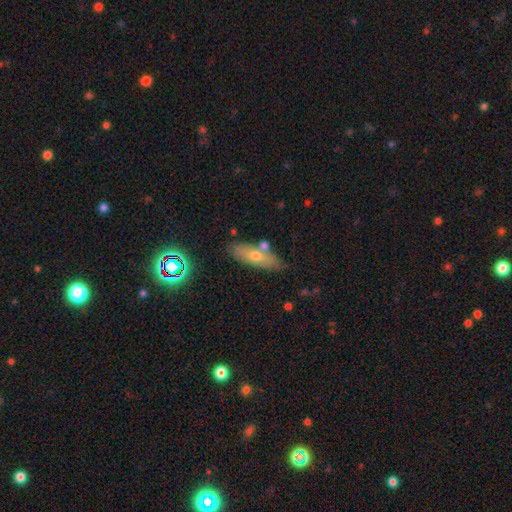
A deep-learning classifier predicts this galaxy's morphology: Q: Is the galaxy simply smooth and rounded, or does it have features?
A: smooth — 57%.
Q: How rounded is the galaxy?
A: in between — 54%.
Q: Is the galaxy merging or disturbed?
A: none — 69%.